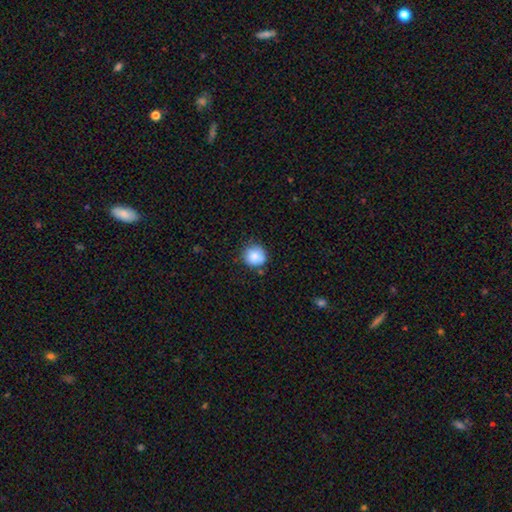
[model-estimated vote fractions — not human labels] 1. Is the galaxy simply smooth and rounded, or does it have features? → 84% smooth, 9% star or artifact, 8% featured or disk.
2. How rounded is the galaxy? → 91% round, 8% in between, 1% cigar-shaped.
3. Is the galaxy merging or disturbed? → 76% none, 17% minor disturbance, 4% major disturbance, 3% merger.